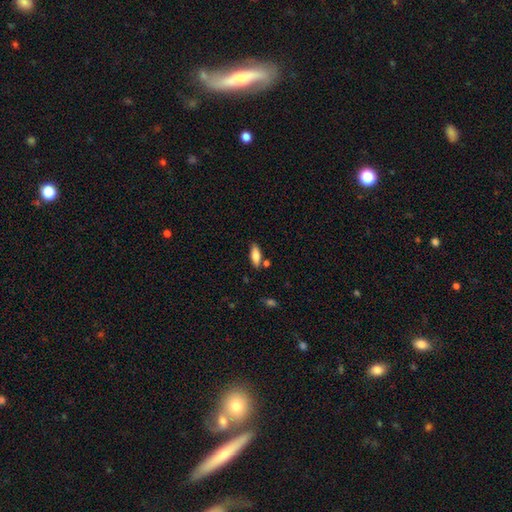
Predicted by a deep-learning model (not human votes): Smooth or featured: smooth — 78% (featured or disk — 15%)
How rounded: in between — 69% (cigar-shaped — 28%)
Merging: none — 78% (minor disturbance — 12%)